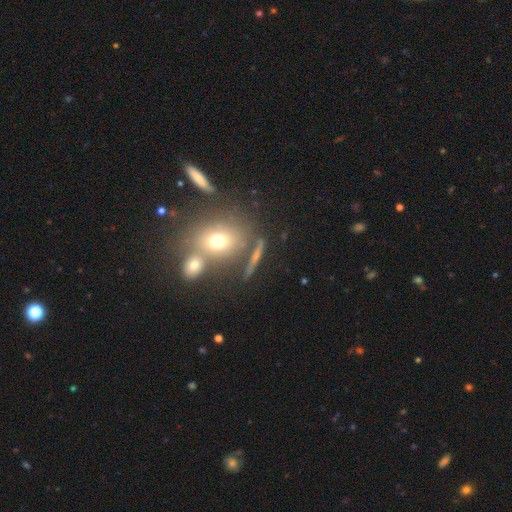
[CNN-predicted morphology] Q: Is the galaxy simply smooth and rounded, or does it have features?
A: smooth — 43%.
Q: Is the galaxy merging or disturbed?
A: none — 69%.